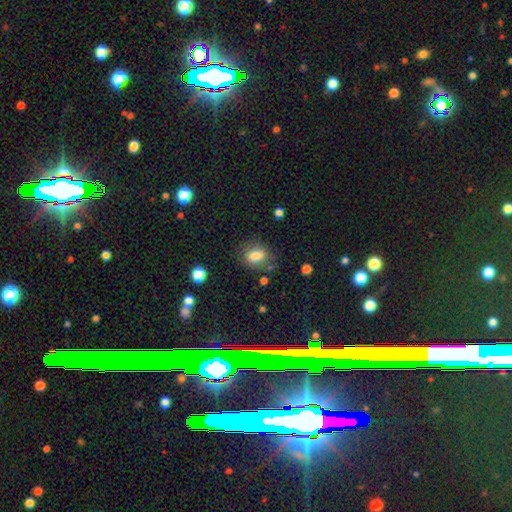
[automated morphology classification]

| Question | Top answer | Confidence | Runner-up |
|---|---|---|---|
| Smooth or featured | smooth | 82% | star or artifact (9%) |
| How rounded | in between | 63% | round (35%) |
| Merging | none | 74% | minor disturbance (16%) |